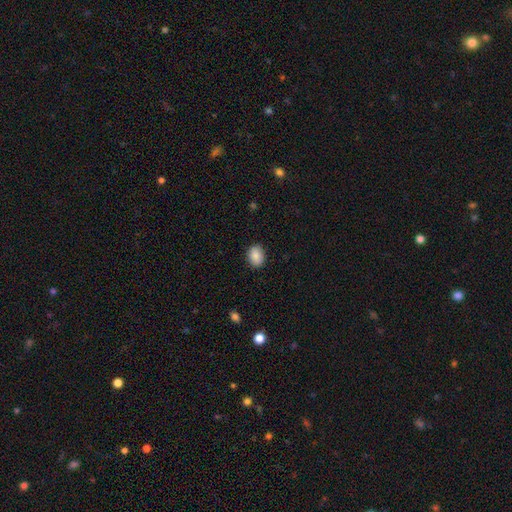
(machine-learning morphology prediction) Smooth or featured: smooth — 86% (star or artifact — 8%)
How rounded: in between — 65% (round — 34%)
Merging: none — 88% (minor disturbance — 9%)